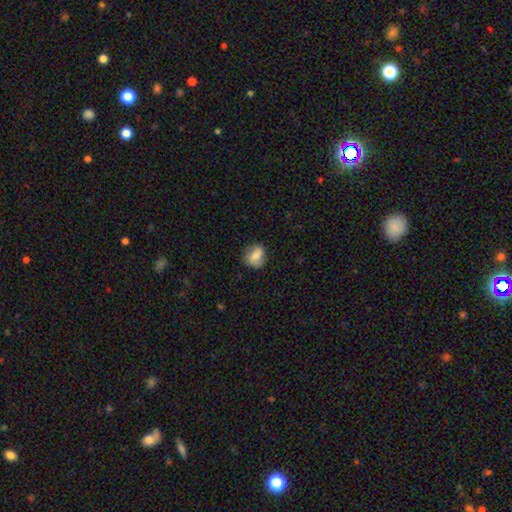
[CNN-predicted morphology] The model was most divided on "smooth or featured": smooth: 64%, featured or disk: 27%, star or artifact: 8%. More confident: merging — none (76%); how rounded — round (70%).